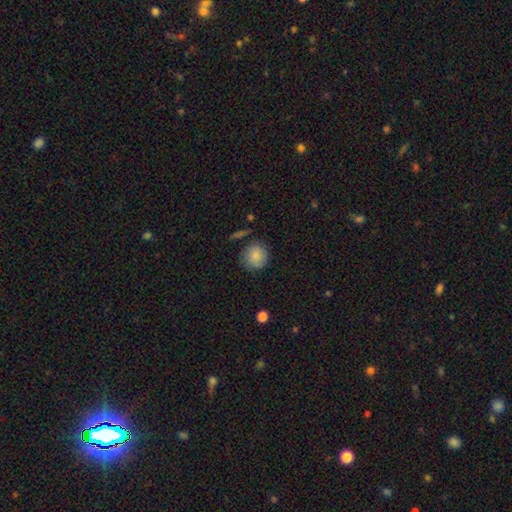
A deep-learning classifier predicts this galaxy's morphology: This is clearly a smooth galaxy (86%). How rounded: clearly round (89%). Merging: likely none (76%).